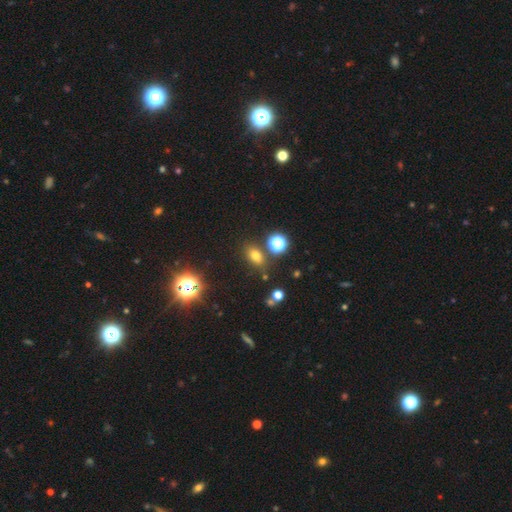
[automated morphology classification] This is likely a smooth galaxy (69%). How rounded: likely in between (70%). Merging: likely none (77%).